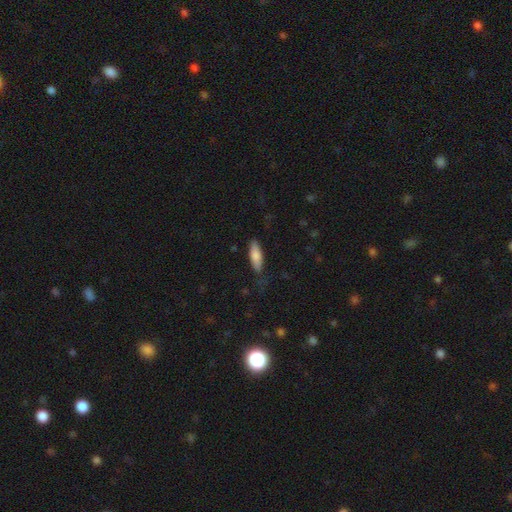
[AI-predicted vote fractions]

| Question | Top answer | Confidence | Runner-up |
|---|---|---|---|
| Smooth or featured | smooth | 79% | featured or disk (15%) |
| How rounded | in between | 55% | cigar-shaped (43%) |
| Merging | none | 78% | minor disturbance (17%) |